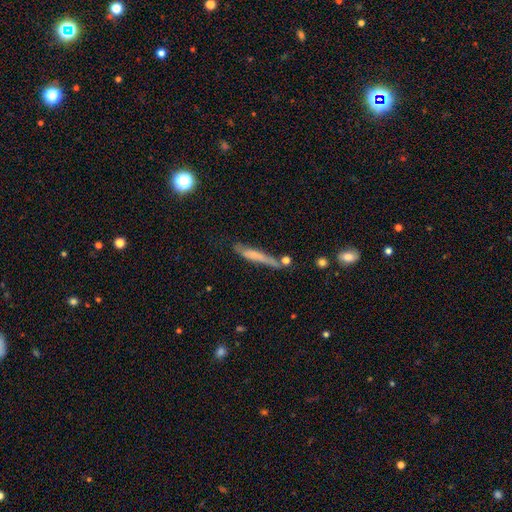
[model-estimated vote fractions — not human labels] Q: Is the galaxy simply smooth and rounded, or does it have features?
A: smooth — 52%.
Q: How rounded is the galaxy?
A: cigar-shaped — 91%.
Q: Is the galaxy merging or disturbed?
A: none — 56%.